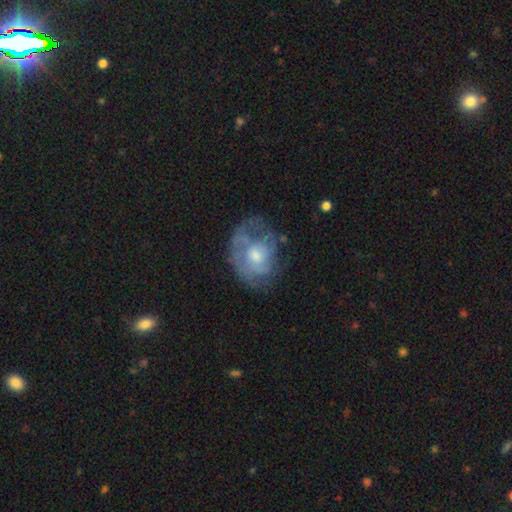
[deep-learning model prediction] The model was most divided on "spiral arms": yes: 52%, no: 48%. Remaining: edge-on disk — no (97%); bar — no (81%); smooth or featured — featured or disk (61%); bulge size — moderate (57%); merging — none (46%).